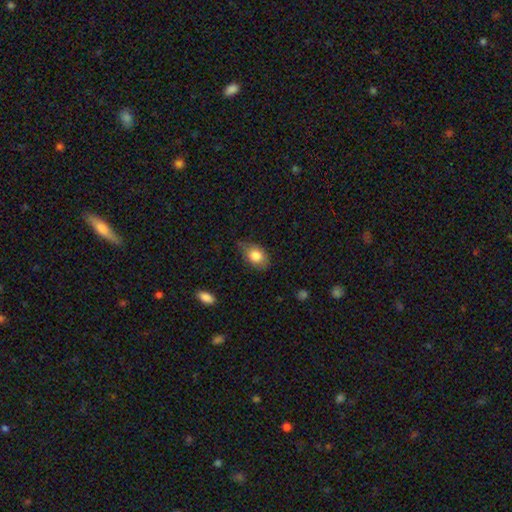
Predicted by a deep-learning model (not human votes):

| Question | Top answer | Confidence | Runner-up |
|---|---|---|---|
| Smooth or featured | smooth | 81% | featured or disk (12%) |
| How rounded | in between | 84% | round (14%) |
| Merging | none | 73% | minor disturbance (22%) |